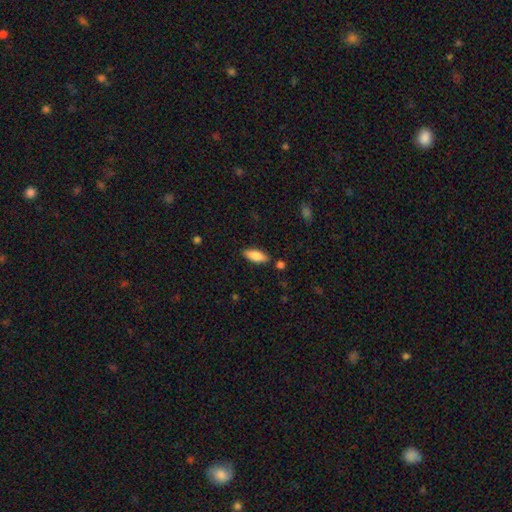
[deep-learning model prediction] Smooth or featured? smooth (84%)
How rounded? in between (70%)
Merging? none (85%)